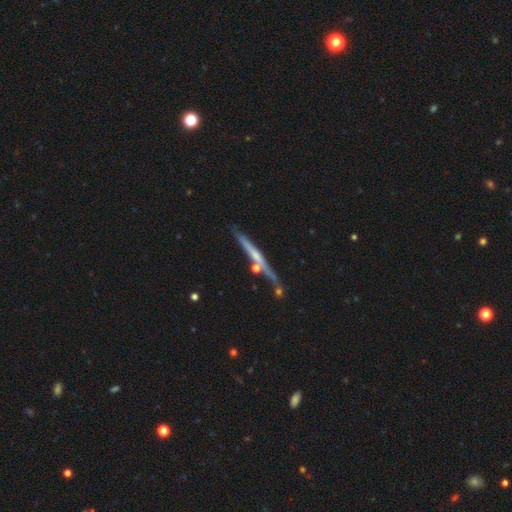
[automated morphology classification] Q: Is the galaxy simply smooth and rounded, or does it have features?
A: featured or disk — 65%.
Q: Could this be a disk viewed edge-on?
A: yes — 95%.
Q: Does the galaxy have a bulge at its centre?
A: rounded — 49%.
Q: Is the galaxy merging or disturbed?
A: none — 73%.